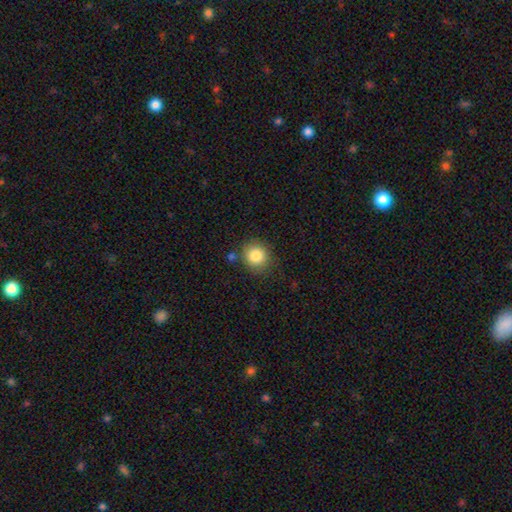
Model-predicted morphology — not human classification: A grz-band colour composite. It shows a smooth galaxy with no disk features (84%) that is round (85%). Merging: none (81%).